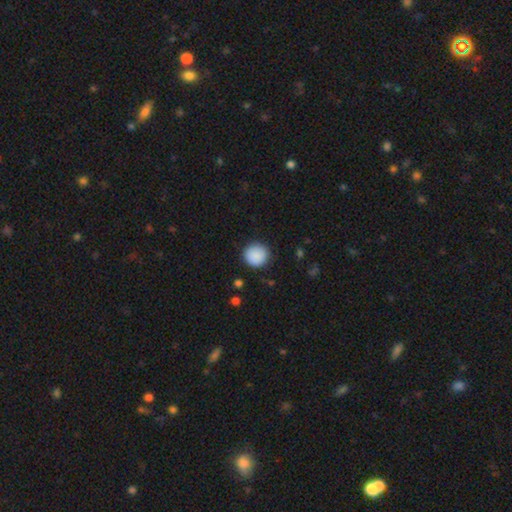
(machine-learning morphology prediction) type=smooth (89%); roundness=round (94%); merging=none (90%).